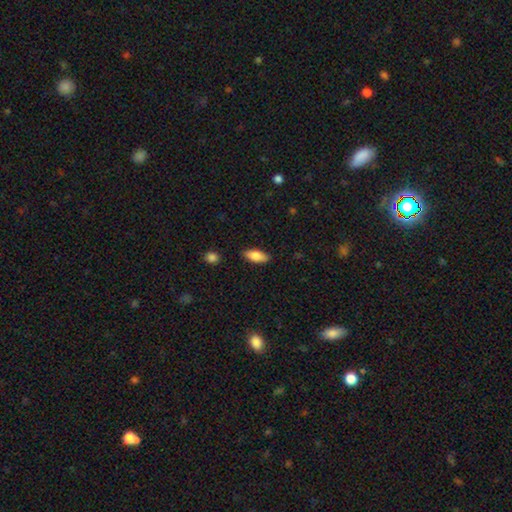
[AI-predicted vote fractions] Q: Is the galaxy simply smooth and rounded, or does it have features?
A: smooth — 80%.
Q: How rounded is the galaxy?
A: in between — 82%.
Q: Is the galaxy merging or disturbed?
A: none — 87%.